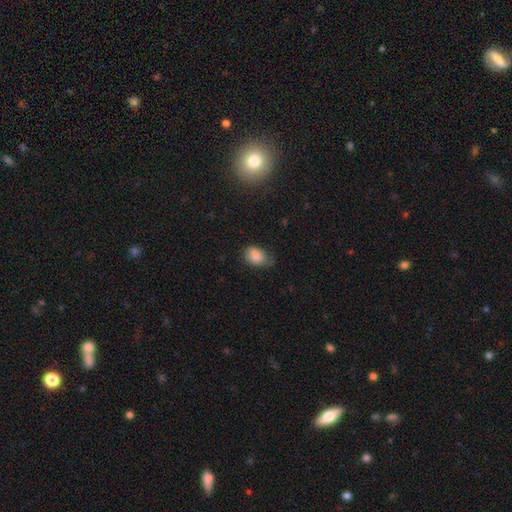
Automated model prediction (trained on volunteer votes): Q: Smooth or featured?
A: smooth (85%); runner-up: star or artifact (8%)
Q: How rounded?
A: in between (78%); runner-up: round (20%)
Q: Merging?
A: none (57%); runner-up: minor disturbance (34%)